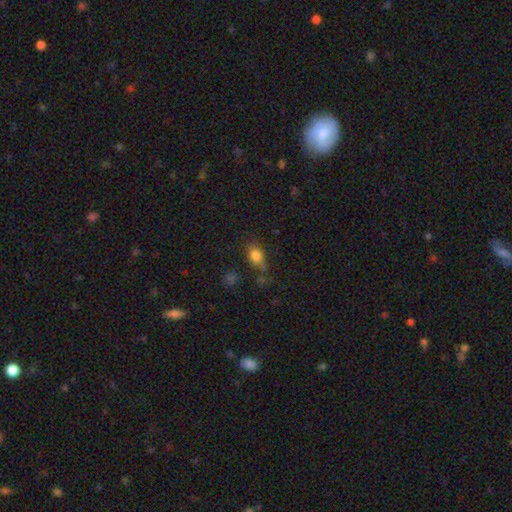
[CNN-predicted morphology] type=smooth (82%); roundness=in between (68%); merging=none (63%).